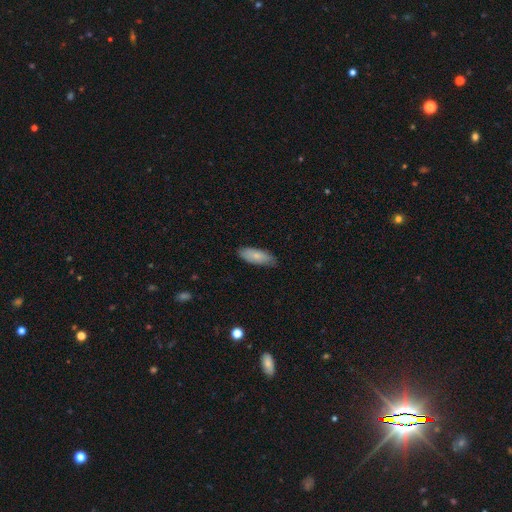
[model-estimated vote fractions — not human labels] Q: Smooth or featured?
A: smooth (78%); runner-up: featured or disk (16%)
Q: How rounded?
A: in between (73%); runner-up: cigar-shaped (25%)
Q: Merging?
A: none (81%); runner-up: minor disturbance (16%)